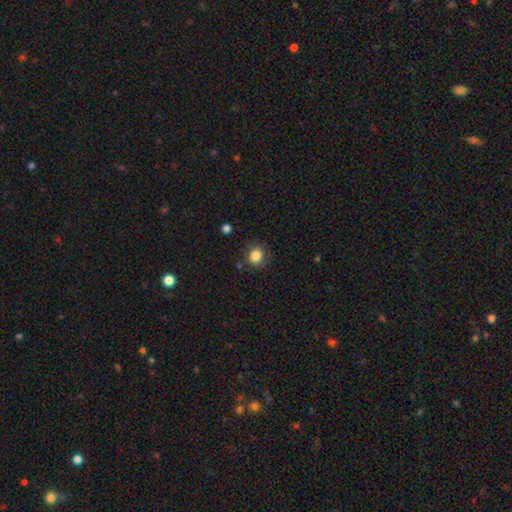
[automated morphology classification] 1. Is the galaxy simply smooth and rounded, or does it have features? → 84% smooth, 11% star or artifact, 5% featured or disk.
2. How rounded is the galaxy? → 86% round, 13% in between, 1% cigar-shaped.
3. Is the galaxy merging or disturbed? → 82% none, 12% minor disturbance, 3% major disturbance, 3% merger.